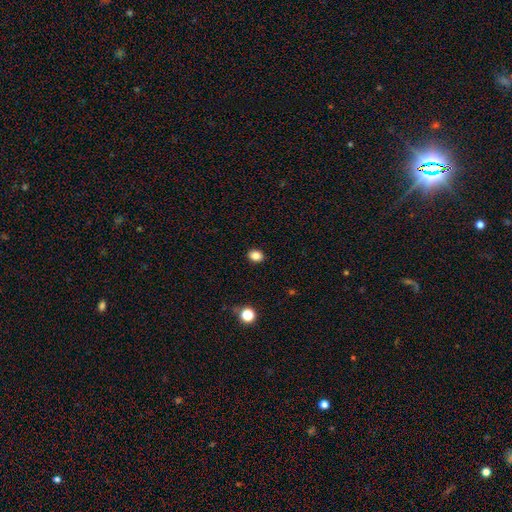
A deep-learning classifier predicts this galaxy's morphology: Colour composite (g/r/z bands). It shows a smooth galaxy with no disk features (84%) that is round (51%). Merging: none (90%).